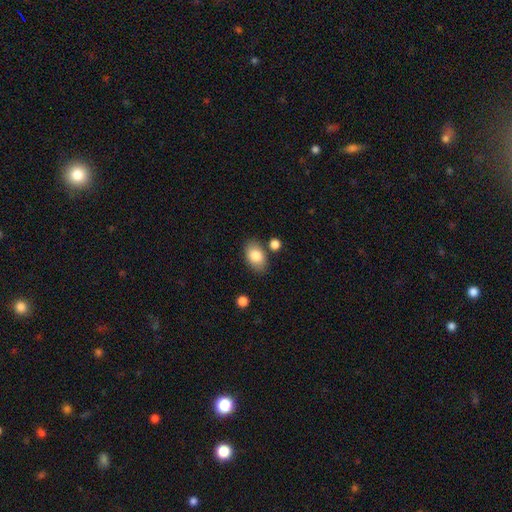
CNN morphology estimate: The model was most divided on "merging": none: 78%, minor disturbance: 13%, merger: 6%, major disturbance: 3%. More confident: how rounded — in between (88%); smooth or featured — smooth (84%).